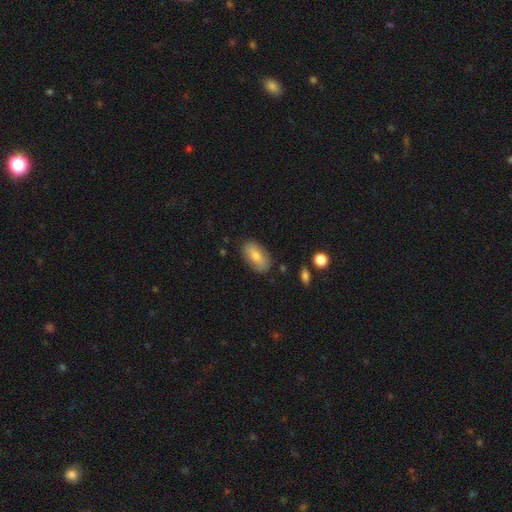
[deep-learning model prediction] Smooth or featured?
  - smooth: 71% *
  - featured or disk: 21%
  - star or artifact: 8%
How rounded?
  - in between: 91% *
  - round: 5%
  - cigar-shaped: 4%
Merging?
  - none: 83% *
  - minor disturbance: 13%
  - major disturbance: 3%
  - merger: 2%